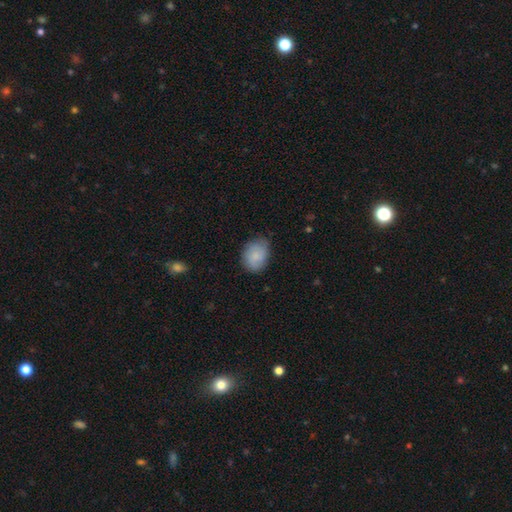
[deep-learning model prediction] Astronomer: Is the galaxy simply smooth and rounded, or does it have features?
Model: smooth — 81%.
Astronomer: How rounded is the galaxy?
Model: in between — 61% (runner-up: round, 38%).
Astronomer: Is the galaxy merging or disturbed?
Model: none — 72%.